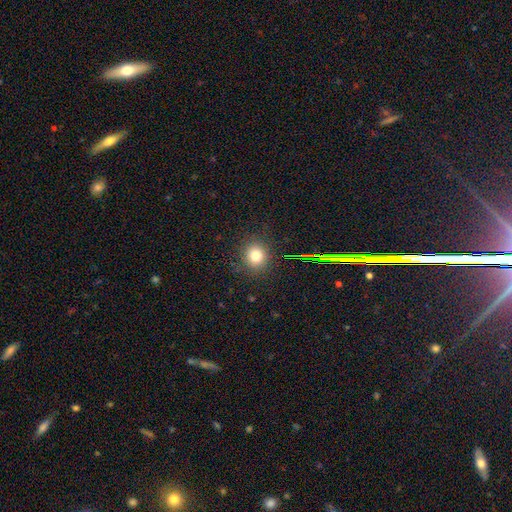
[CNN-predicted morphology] type=smooth (76%); roundness=round (83%); merging=none (87%).